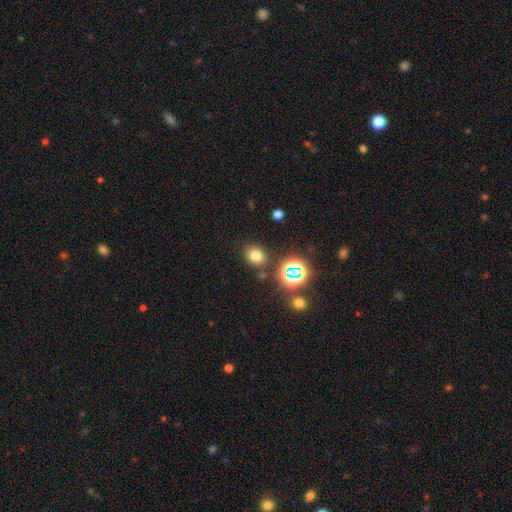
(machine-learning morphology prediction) Smooth or featured?
  - smooth: 71% *
  - star or artifact: 21%
  - featured or disk: 8%
How rounded?
  - round: 67% *
  - in between: 32%
  - cigar-shaped: 1%
Merging?
  - none: 82% *
  - minor disturbance: 9%
  - merger: 5%
  - major disturbance: 4%